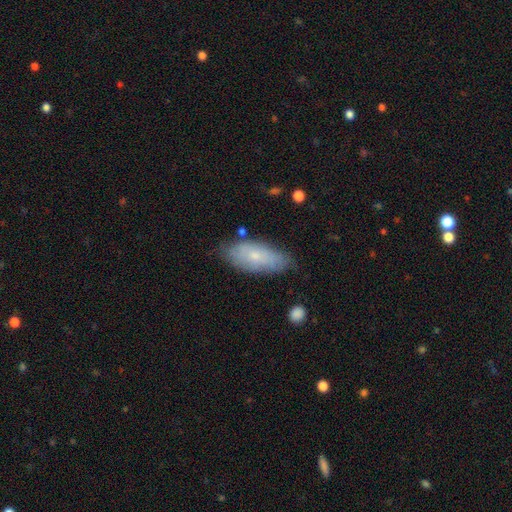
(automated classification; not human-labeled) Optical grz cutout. It shows a smooth galaxy with no disk features (65%) that is in between round and cigar-shaped (84%). Merging: none (72%).